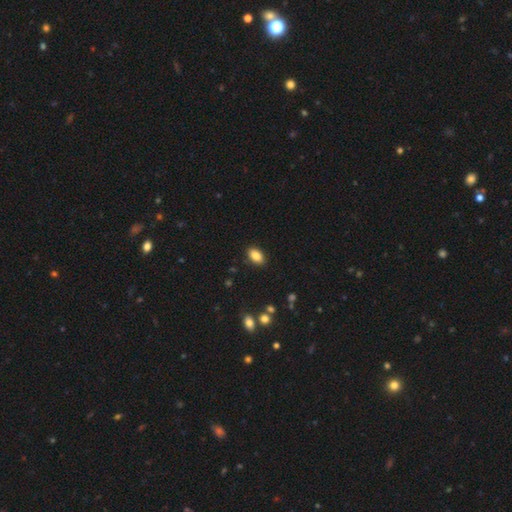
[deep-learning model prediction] smooth_or_featured: smooth (p=0.86) [alt: star or artifact p=0.08]
how_rounded: in between (p=0.90) [alt: round p=0.09]
merging: none (p=0.89) [alt: minor disturbance p=0.08]